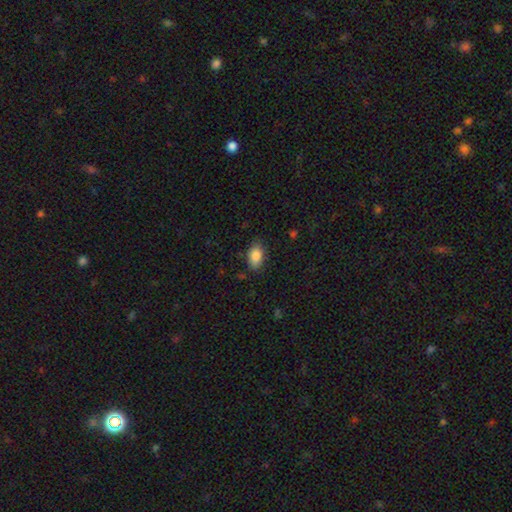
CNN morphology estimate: Smooth or featured? smooth (86%)
How rounded? in between (90%)
Merging? none (82%)